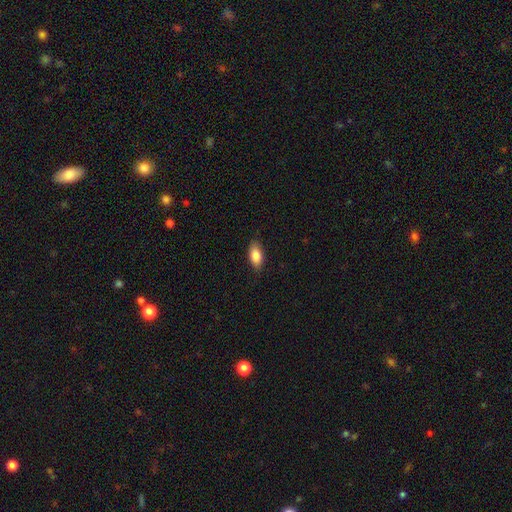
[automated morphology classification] The model was most divided on "merging": none: 83%, minor disturbance: 13%, major disturbance: 3%, merger: 1%. More confident: how rounded — in between (88%); smooth or featured — smooth (84%).